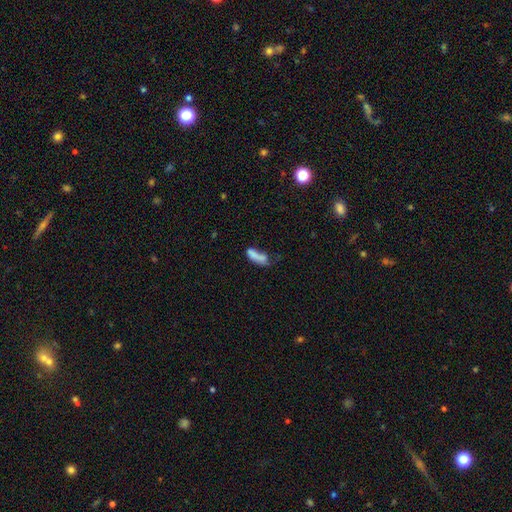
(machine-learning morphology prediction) This appears to be a smooth galaxy with no disk features (70%) that is in between round and cigar-shaped (55%). Merging: none (31%).